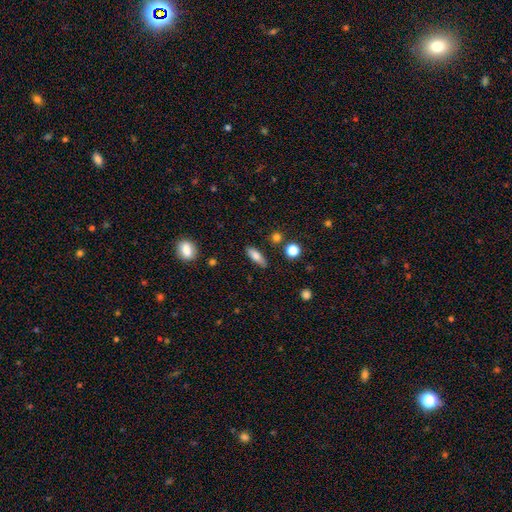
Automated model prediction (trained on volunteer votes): The model was most divided on "how rounded": in between: 58%, cigar-shaped: 38%, round: 4%. More confident: merging — none (81%); smooth or featured — smooth (76%).